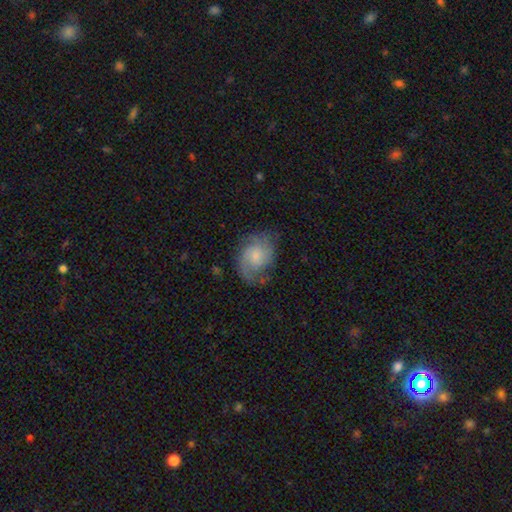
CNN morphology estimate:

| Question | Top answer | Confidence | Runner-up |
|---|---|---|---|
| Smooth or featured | featured or disk | 73% | smooth (20%) |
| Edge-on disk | no | 98% | yes (2%) |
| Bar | no | 70% | weak (27%) |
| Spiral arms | yes | 94% | no (6%) |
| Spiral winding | medium | 45% | tight (35%) |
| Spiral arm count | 2 | 53% | can't tell (18%) |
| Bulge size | small | 50% | moderate (30%) |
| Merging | none | 66% | minor disturbance (20%) |